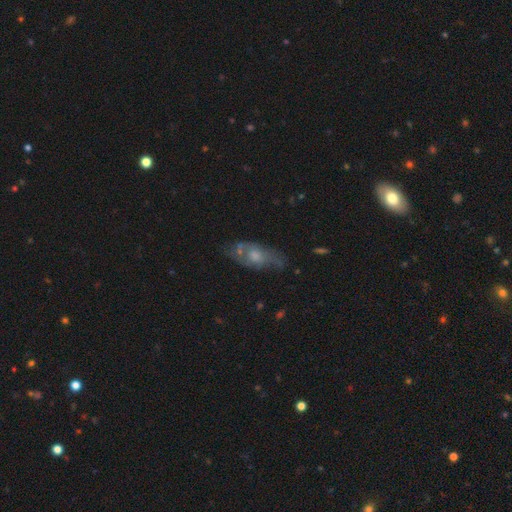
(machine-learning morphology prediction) This is possibly a featured or disk galaxy (60%). It is clearly not viewed edge-on (87%). Bar: likely no (79%). Spiral arm pattern: likely yes (62%). Central bulge: possibly moderate (53%). Merging: possibly none (49%).